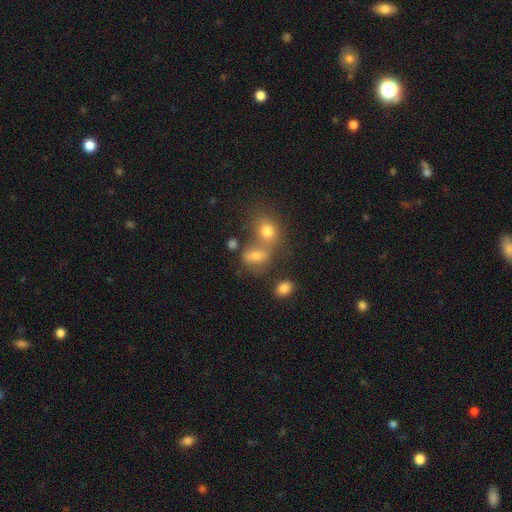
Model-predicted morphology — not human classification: Smooth or featured? smooth (69%)
How rounded? in between (66%)
Merging? merger (49%)